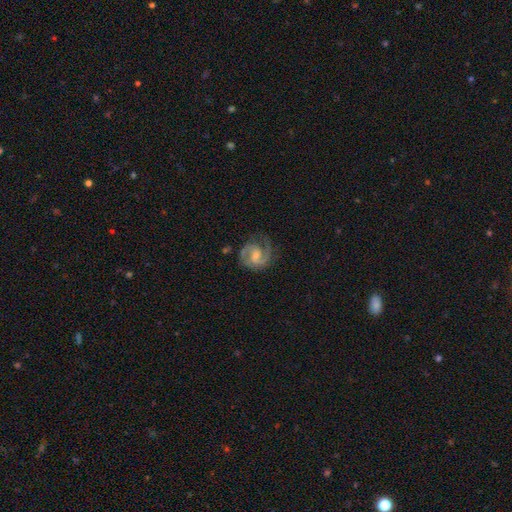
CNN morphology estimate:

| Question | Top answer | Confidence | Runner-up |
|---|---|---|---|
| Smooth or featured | featured or disk | 85% | smooth (10%) |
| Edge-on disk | no | 98% | yes (2%) |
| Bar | weak | 47% | no (43%) |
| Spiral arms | yes | 97% | no (3%) |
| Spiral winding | medium | 51% | tight (37%) |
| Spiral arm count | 2 | 80% | 3 (6%) |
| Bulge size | small | 44% | moderate (39%) |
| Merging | none | 70% | minor disturbance (18%) |